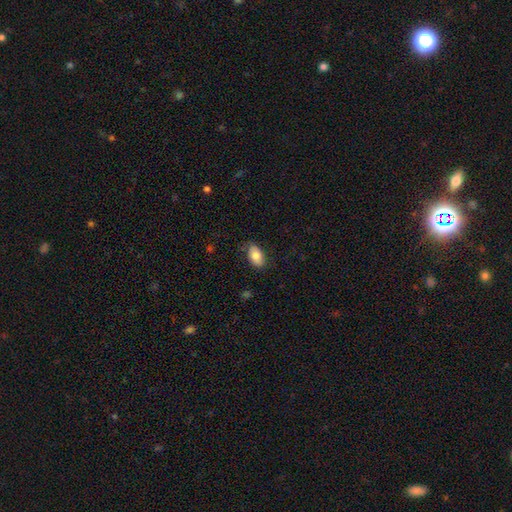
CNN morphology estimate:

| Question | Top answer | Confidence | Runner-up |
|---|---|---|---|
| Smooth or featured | smooth | 78% | featured or disk (15%) |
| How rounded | in between | 92% | round (5%) |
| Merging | none | 79% | minor disturbance (17%) |